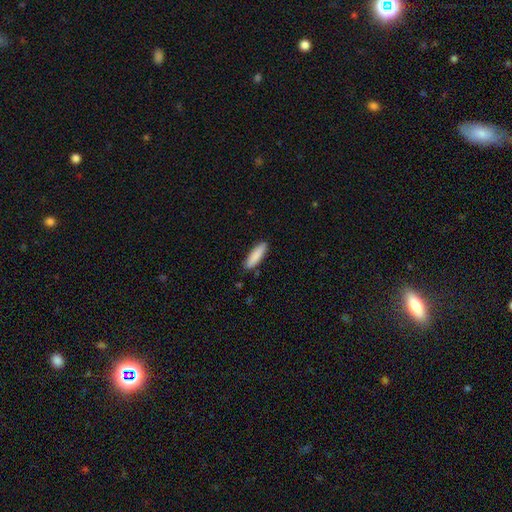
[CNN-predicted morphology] Overall: smooth (87%). How rounded: cigar-shaped (68%; in between 31%). Merging: none (87%).